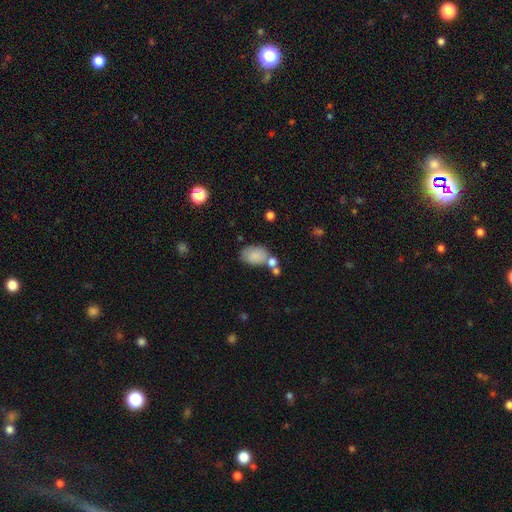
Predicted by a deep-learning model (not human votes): Smooth or featured? Predicted: smooth (p=0.84). How rounded? Predicted: in between (p=0.86). Merging? Predicted: none (p=0.57).